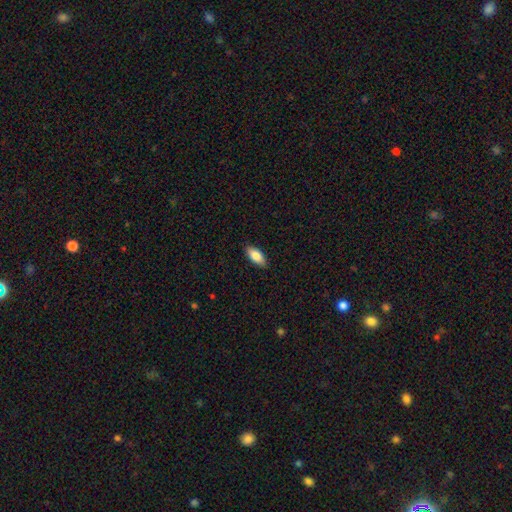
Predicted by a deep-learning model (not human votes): This is clearly a smooth galaxy (84%). How rounded: clearly in between (88%). Merging: clearly none (88%).